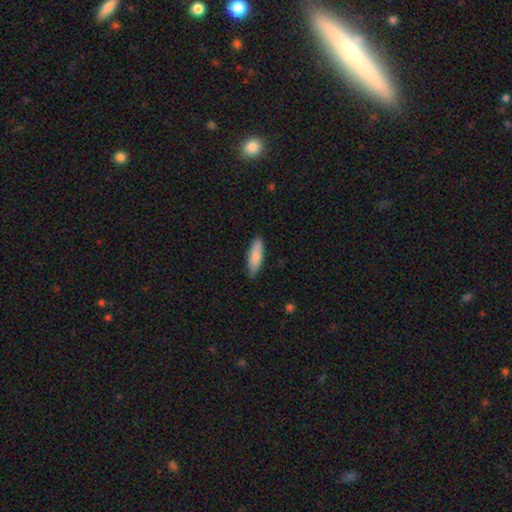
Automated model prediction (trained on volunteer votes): This is clearly a smooth galaxy (85%). How rounded: possibly cigar-shaped (53%). Merging: clearly none (86%).